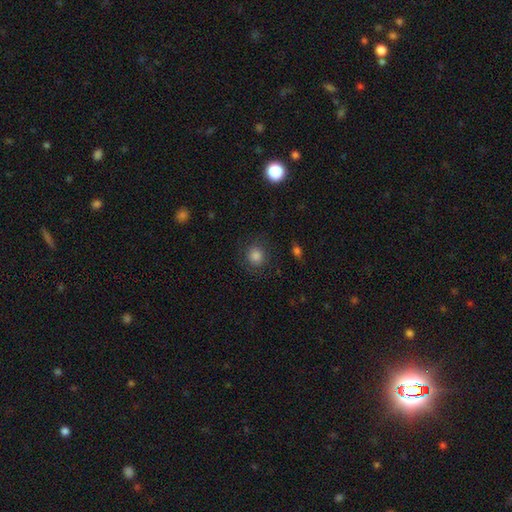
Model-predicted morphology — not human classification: Q: Smooth or featured?
A: smooth (81%); runner-up: star or artifact (13%)
Q: How rounded?
A: round (89%); runner-up: in between (10%)
Q: Merging?
A: none (83%); runner-up: minor disturbance (10%)